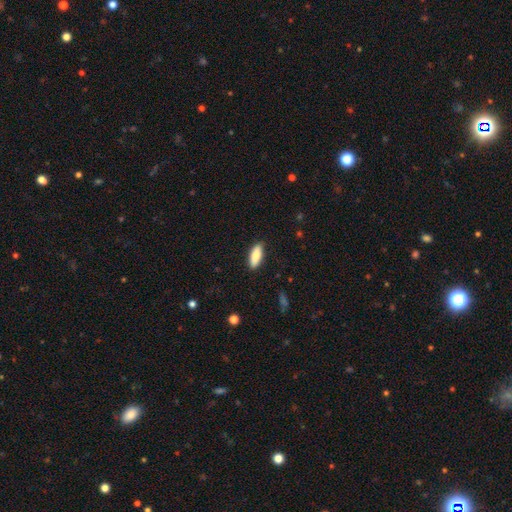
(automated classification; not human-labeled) A smooth galaxy with no disk features (81%) that is in between round and cigar-shaped (74%).

Vote fractions:
- Smooth or featured? smooth: 81% / featured or disk: 13% / star or artifact: 6%
- How rounded? in between: 74% / cigar-shaped: 24% / round: 2%
- Merging? none: 87% / minor disturbance: 10% / major disturbance: 2% / merger: 1%